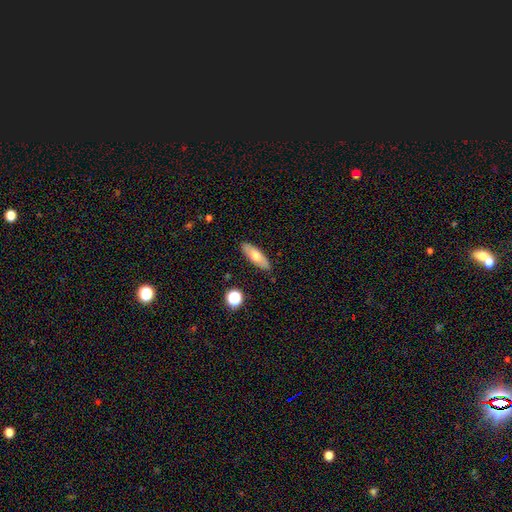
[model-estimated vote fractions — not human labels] smooth_or_featured: smooth (p=0.65) [alt: featured or disk p=0.28]
how_rounded: in between (p=0.63) [alt: cigar-shaped p=0.34]
merging: none (p=0.87) [alt: minor disturbance p=0.09]